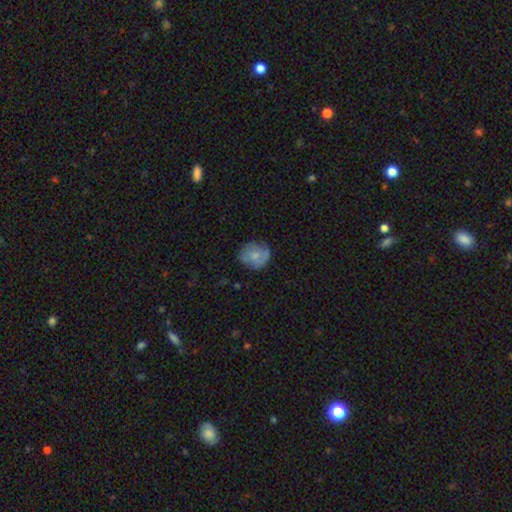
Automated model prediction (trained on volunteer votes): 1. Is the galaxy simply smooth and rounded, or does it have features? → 60% smooth, 32% featured or disk, 8% star or artifact.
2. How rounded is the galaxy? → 78% round, 21% in between, 1% cigar-shaped.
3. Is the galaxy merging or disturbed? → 66% none, 24% minor disturbance, 8% major disturbance, 2% merger.